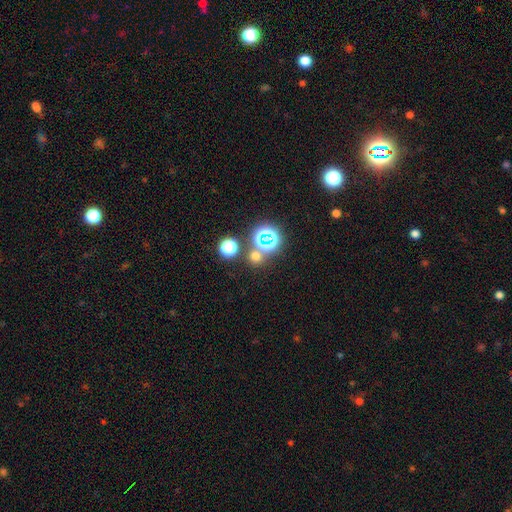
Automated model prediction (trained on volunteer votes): A smooth galaxy with no disk features (55%) that is round (90%). Merging: none (72%).